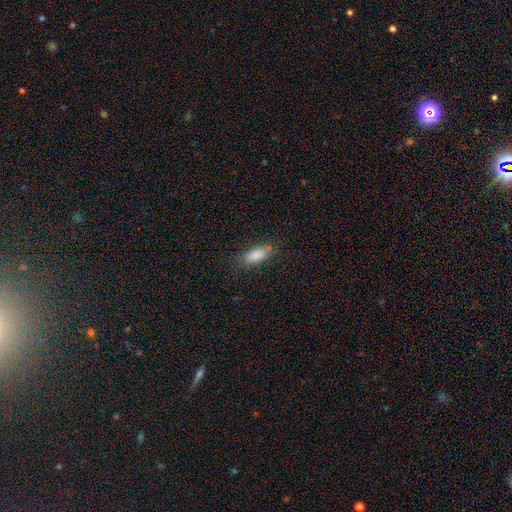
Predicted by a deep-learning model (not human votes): Smooth or featured?
  - smooth: 83% *
  - star or artifact: 9%
  - featured or disk: 8%
How rounded?
  - in between: 75% *
  - cigar-shaped: 23%
  - round: 3%
Merging?
  - none: 77% *
  - minor disturbance: 17%
  - major disturbance: 4%
  - merger: 2%